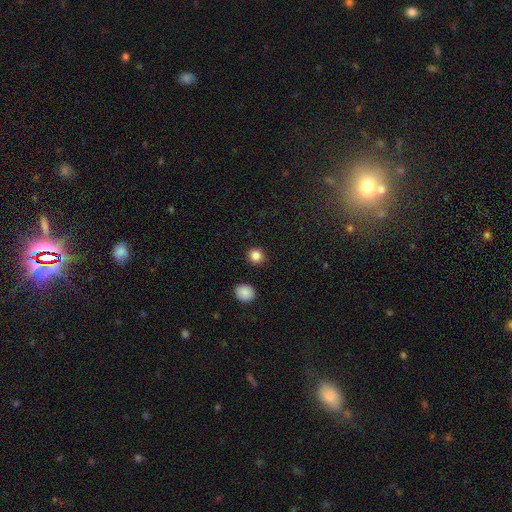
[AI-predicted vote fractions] The model was most divided on "smooth or featured": smooth: 86%, star or artifact: 11%, featured or disk: 4%. More confident: merging — none (91%); how rounded — round (88%).